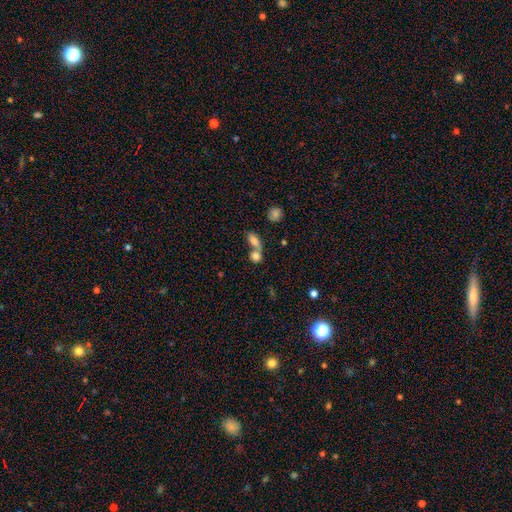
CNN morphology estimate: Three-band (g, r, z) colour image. It shows a smooth galaxy with no disk features (78%) that is in between round and cigar-shaped (50%). Merging: merger (65%).